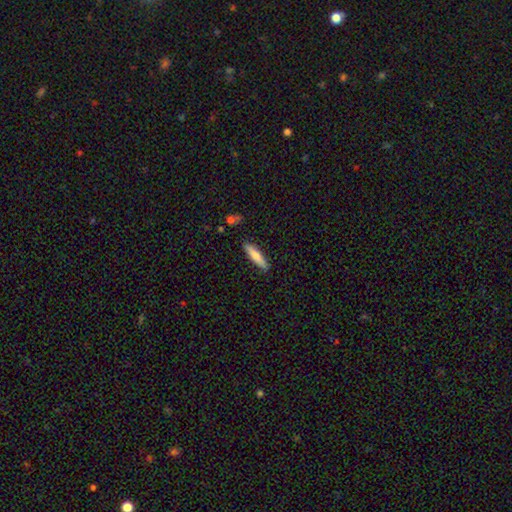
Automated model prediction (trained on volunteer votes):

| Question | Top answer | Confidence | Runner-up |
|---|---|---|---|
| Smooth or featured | smooth | 71% | featured or disk (23%) |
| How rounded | cigar-shaped | 85% | in between (13%) |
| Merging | none | 88% | minor disturbance (8%) |